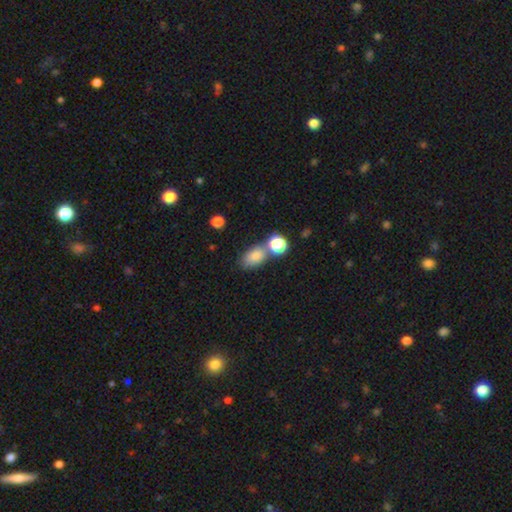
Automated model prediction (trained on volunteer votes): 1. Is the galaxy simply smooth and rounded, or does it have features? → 82% smooth, 11% star or artifact, 8% featured or disk.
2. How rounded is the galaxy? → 83% in between, 15% round, 2% cigar-shaped.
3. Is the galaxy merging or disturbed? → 55% none, 26% merger, 14% minor disturbance, 5% major disturbance.